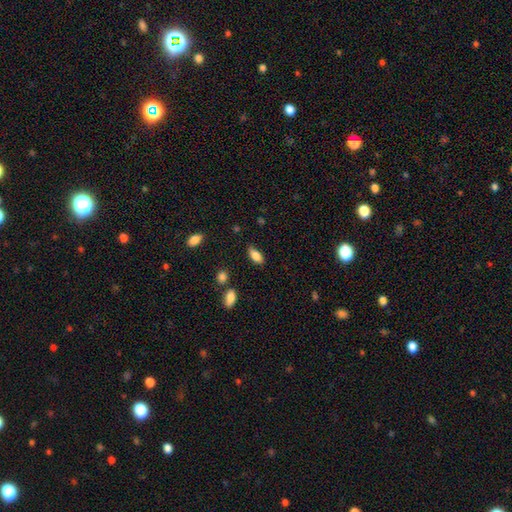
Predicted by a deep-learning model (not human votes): A smooth galaxy with no disk features (82%) that is in between round and cigar-shaped (86%). Merging: none (78%).